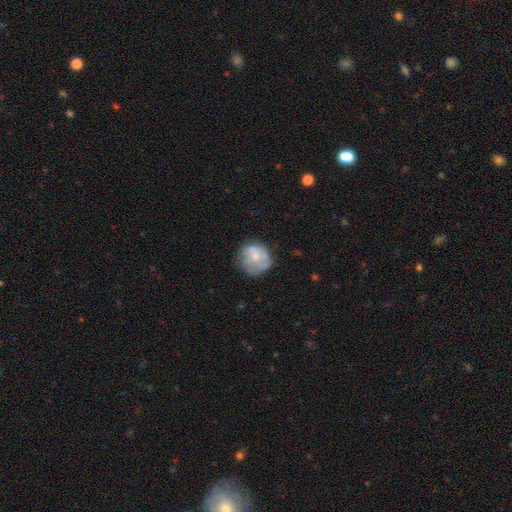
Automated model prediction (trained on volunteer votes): A smooth galaxy with no disk features (56%) that is round (84%).

Vote fractions:
- Smooth or featured? smooth: 56% / featured or disk: 36% / star or artifact: 8%
- How rounded? round: 84% / in between: 15% / cigar-shaped: 1%
- Merging? none: 58% / minor disturbance: 26% / major disturbance: 13% / merger: 4%